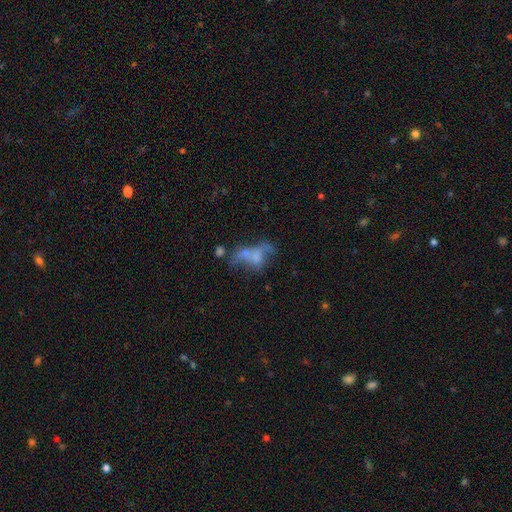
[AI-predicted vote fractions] The model was most divided on "merging": merger: 34%, major disturbance: 27%, none: 26%, minor disturbance: 13%. Remaining: smooth or featured — featured or disk (48%).